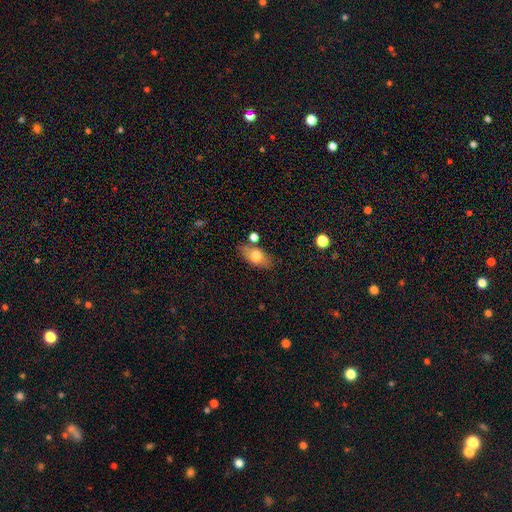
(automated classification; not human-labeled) Q: Smooth or featured?
A: smooth (72%); runner-up: featured or disk (20%)
Q: How rounded?
A: in between (86%); runner-up: cigar-shaped (7%)
Q: Merging?
A: none (75%); runner-up: minor disturbance (14%)